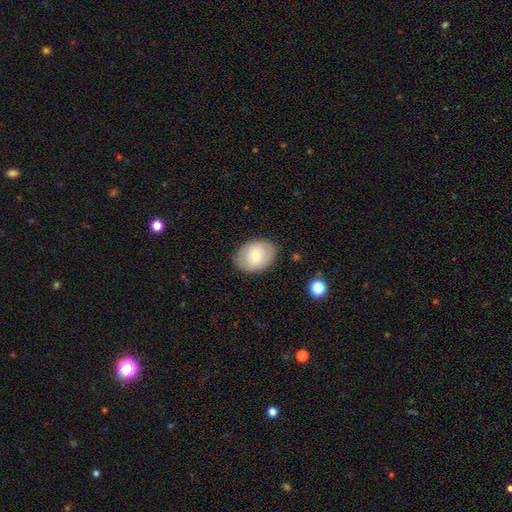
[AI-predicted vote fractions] A smooth galaxy with no disk features (70%) that is in between round and cigar-shaped (71%).

Vote fractions:
- Smooth or featured? smooth: 70% / featured or disk: 23% / star or artifact: 7%
- How rounded? in between: 71% / round: 28% / cigar-shaped: 1%
- Merging? none: 82% / minor disturbance: 14% / major disturbance: 3% / merger: 1%